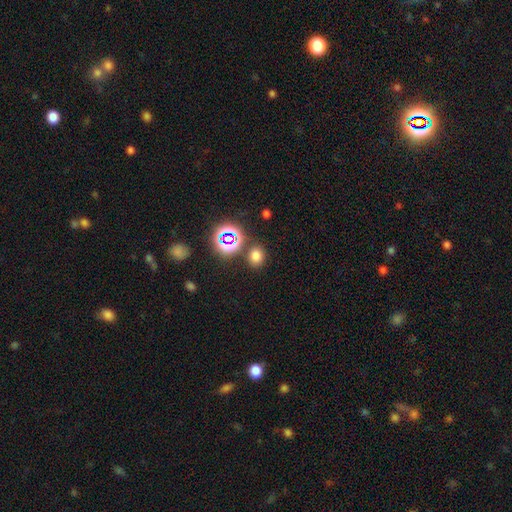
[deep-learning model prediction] The model was most divided on "how rounded": round: 55%, in between: 44%, cigar-shaped: 1%. More confident: merging — none (81%); smooth or featured — smooth (70%).